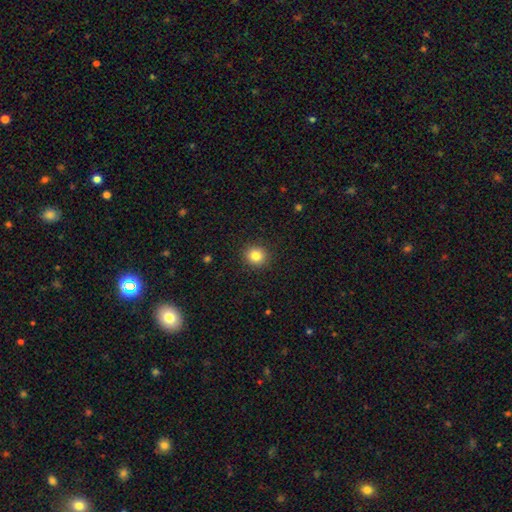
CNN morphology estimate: Q: Smooth or featured?
A: smooth (83%); runner-up: star or artifact (11%)
Q: How rounded?
A: round (86%); runner-up: in between (13%)
Q: Merging?
A: none (91%); runner-up: minor disturbance (6%)